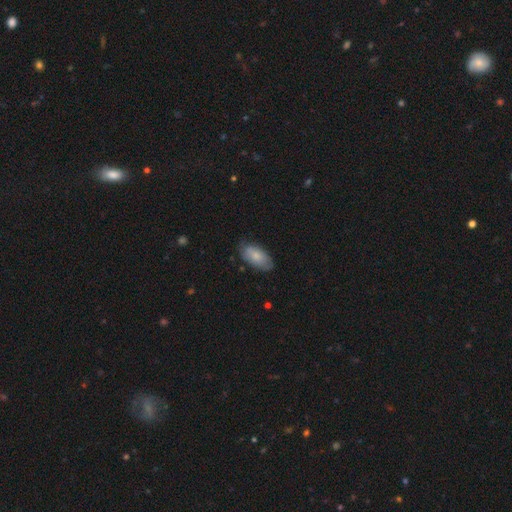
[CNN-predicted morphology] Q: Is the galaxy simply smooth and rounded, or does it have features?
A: smooth — 77%.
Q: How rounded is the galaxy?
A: in between — 93%.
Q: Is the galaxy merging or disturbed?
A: none — 74%.